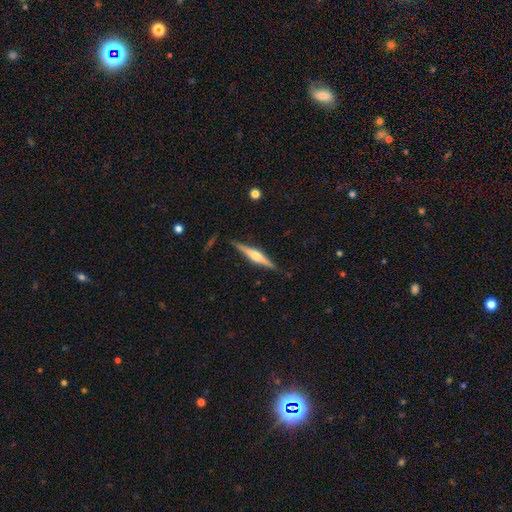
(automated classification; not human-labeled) The model was most divided on "smooth or featured": featured or disk: 73%, smooth: 22%, star or artifact: 5%. More confident: edge-on disk — yes (98%); merging — none (88%); edge-on bulge — rounded (80%).